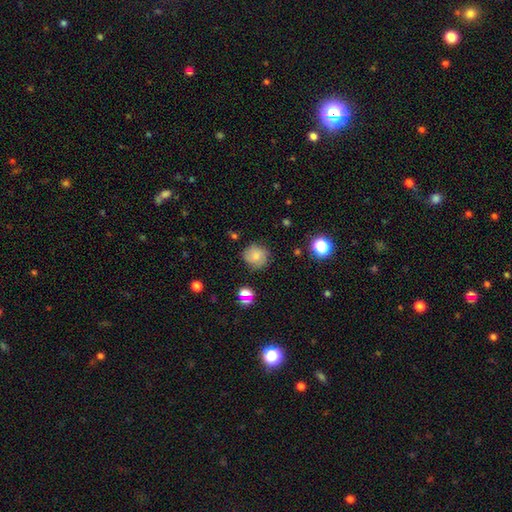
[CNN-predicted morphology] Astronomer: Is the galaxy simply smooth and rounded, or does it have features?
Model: smooth — 76%.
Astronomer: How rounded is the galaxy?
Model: round — 88%.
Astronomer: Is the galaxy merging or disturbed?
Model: none — 80%.